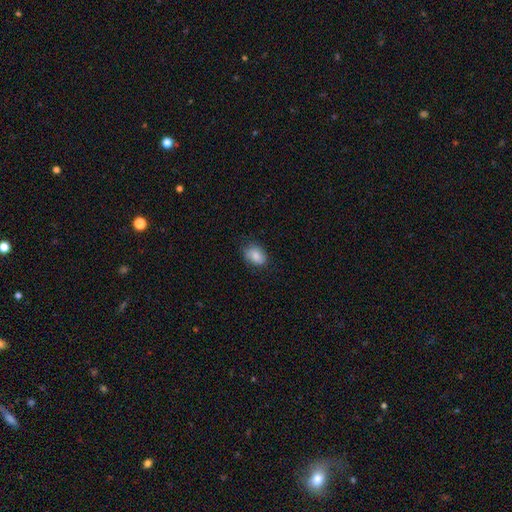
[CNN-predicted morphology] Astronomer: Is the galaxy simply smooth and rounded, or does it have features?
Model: smooth — 79%.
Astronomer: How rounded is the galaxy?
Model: in between — 73%.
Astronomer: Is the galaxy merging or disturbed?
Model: none — 70%.